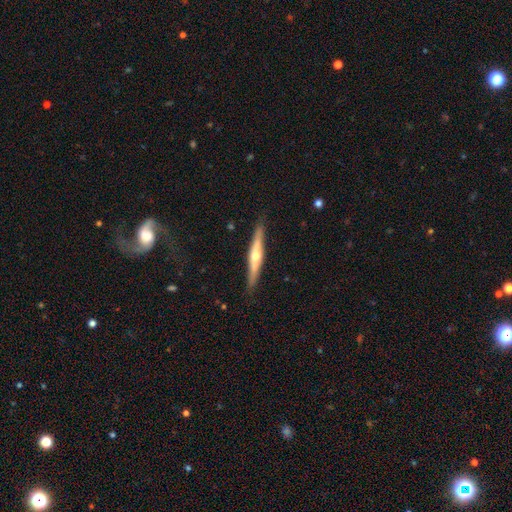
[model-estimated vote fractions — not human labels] Smooth or featured: featured or disk — 65% (smooth — 29%)
Edge-on disk: yes — 96% (no — 4%)
Edge-on bulge: rounded — 89% (none — 7%)
Merging: none — 88% (minor disturbance — 9%)